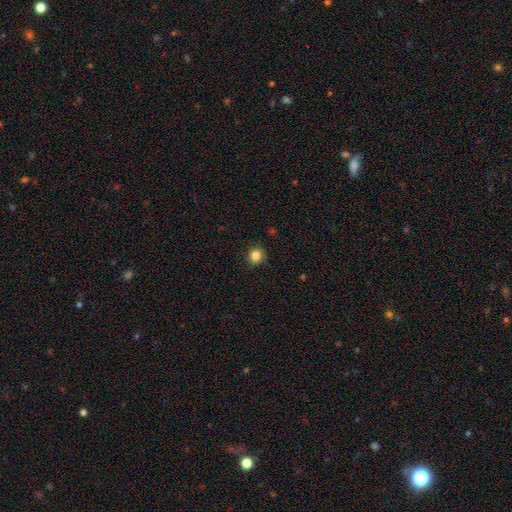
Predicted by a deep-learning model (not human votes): A smooth galaxy with no disk features (83%) that is round (84%). Merging: none (87%).